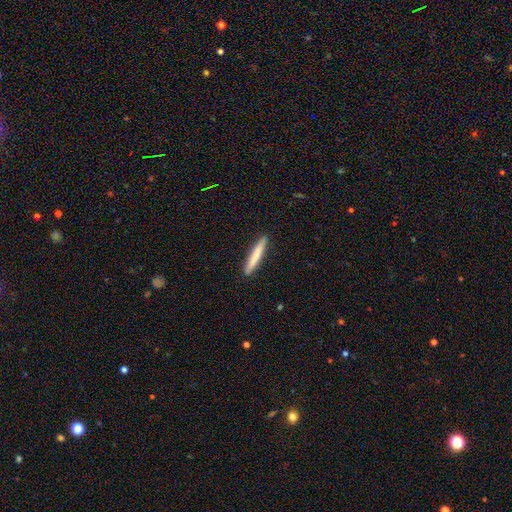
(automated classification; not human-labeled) smooth_or_featured: smooth (p=0.75) [alt: featured or disk p=0.20]
how_rounded: cigar-shaped (p=0.96) [alt: in between p=0.03]
merging: none (p=0.92) [alt: minor disturbance p=0.06]